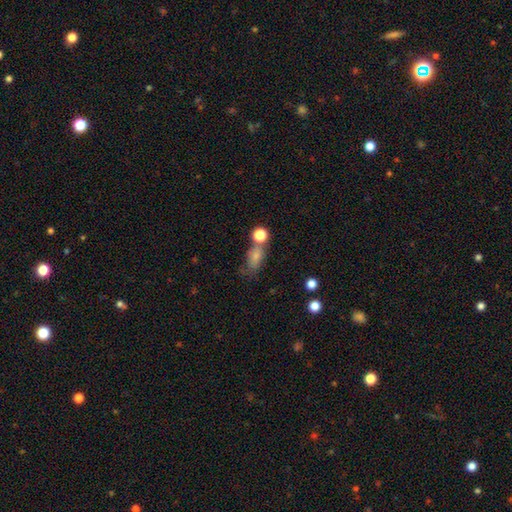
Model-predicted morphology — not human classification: This is likely a smooth galaxy (76%). How rounded: likely in between (73%). Merging: marginally none (44%).